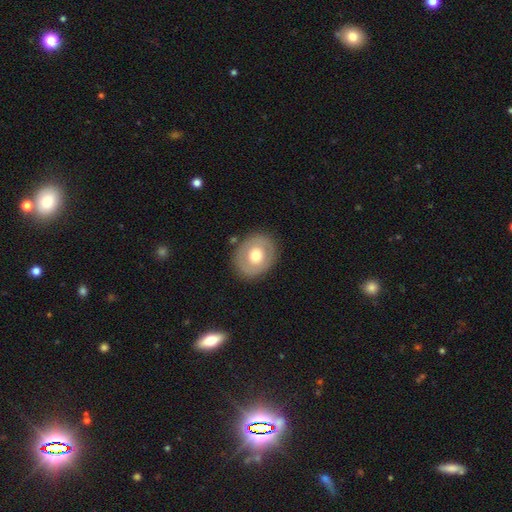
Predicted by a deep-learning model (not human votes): This is possibly a smooth galaxy (55%). How rounded: possibly round (57%). Merging: clearly none (84%).